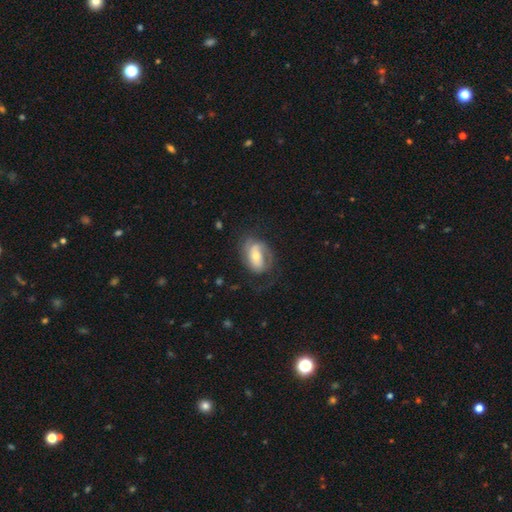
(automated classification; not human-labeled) Smooth or featured?
  - featured or disk: 66% *
  - smooth: 27%
  - star or artifact: 7%
Edge-on disk?
  - no: 95% *
  - yes: 5%
Bar?
  - no: 46% *
  - weak: 36%
  - strong: 19%
Spiral arms?
  - yes: 81% *
  - no: 19%
Spiral winding?
  - tight: 39% * (tied)
  - medium: 39% * (tied)
  - loose: 23%
Spiral arm count?
  - 2: 49% *
  - can't tell: 23%
  - 1: 19%
  - 3: 6%
  - 4: 2%
  - more than 4: 2%
Bulge size?
  - moderate: 56% *
  - small: 35%
  - large: 6%
  - none: 2%
  - dominant: 1%
Merging?
  - none: 55% *
  - minor disturbance: 23%
  - major disturbance: 20%
  - merger: 2%